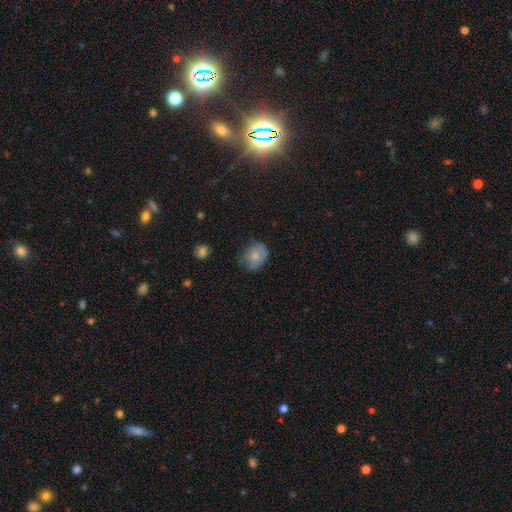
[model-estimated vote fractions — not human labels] This is likely a smooth galaxy (69%). How rounded: possibly round (58%). Merging: possibly none (57%).